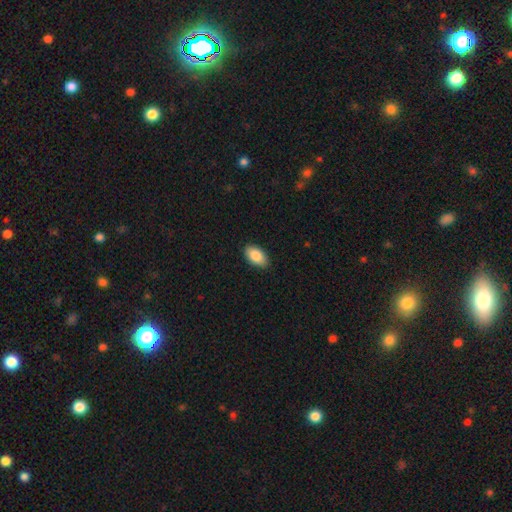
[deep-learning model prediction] smooth-or-featured: smooth: 87% | star or artifact: 7% | featured or disk: 6%
  how-rounded: in between: 94% | round: 4% | cigar-shaped: 2%
  merging: none: 88% | minor disturbance: 10% | major disturbance: 2% | merger: 1%